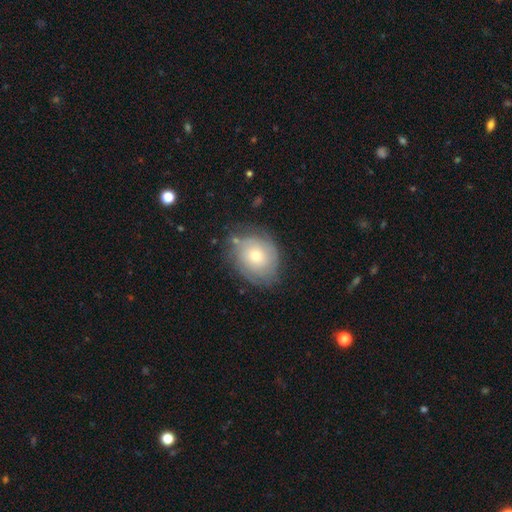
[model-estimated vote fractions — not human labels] Morphology: type=featured or disk (49%); merging=none (71%).